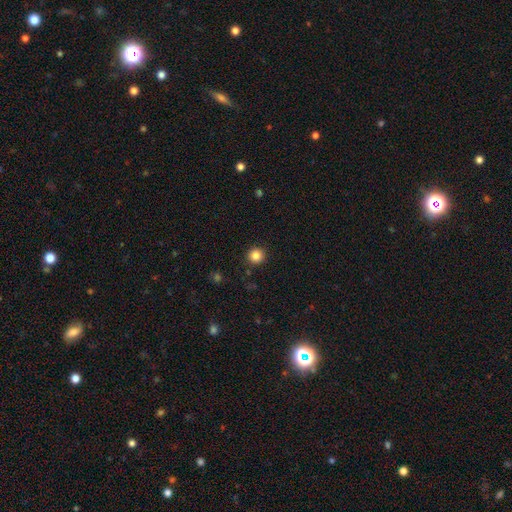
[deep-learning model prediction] This is clearly a smooth galaxy (84%). How rounded: clearly round (94%). Merging: clearly none (92%).